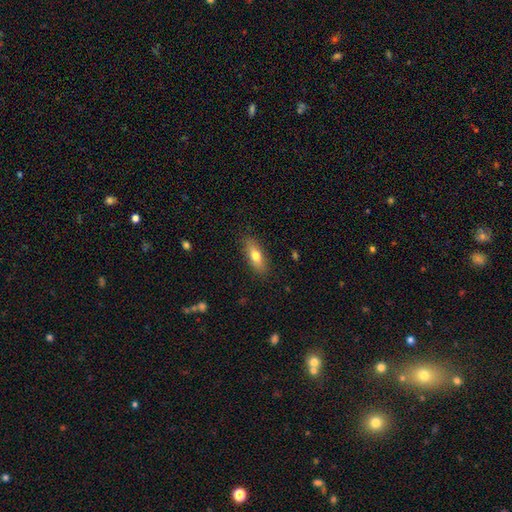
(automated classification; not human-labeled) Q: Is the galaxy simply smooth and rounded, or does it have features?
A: smooth — 71%.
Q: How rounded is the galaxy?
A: in between — 67%.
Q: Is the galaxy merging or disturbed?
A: none — 86%.